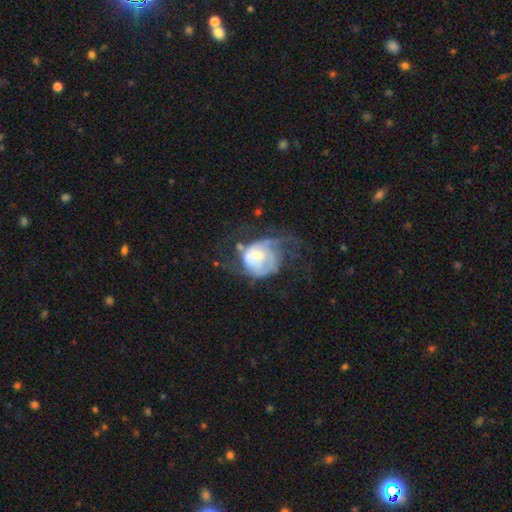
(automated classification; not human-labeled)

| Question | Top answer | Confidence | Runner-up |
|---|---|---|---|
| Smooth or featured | featured or disk | 69% | smooth (24%) |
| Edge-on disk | no | 98% | yes (2%) |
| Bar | no | 72% | weak (24%) |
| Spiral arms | yes | 71% | no (29%) |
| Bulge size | moderate | 43% | small (39%) |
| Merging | major disturbance | 43% | none (32%) |